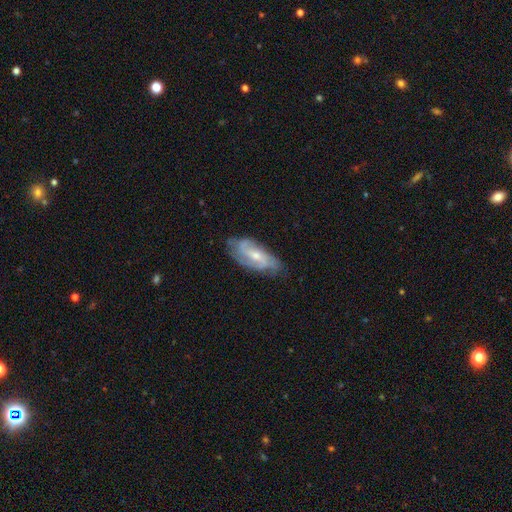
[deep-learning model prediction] This appears to be a featured or disk galaxy (78%) with no bar (49%), 2 (38%) medium (45%) spiral arms (93%) and a small central bulge (51%). Merging: none (71%).